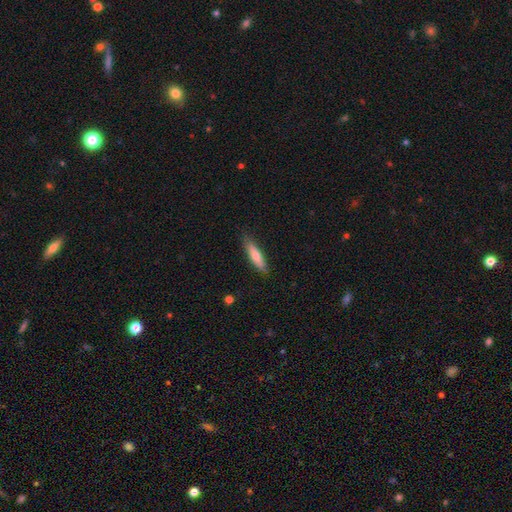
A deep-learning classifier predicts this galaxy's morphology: This appears to be a smooth galaxy with no disk features (68%) that is cigar-shaped (79%). Merging: none (85%).